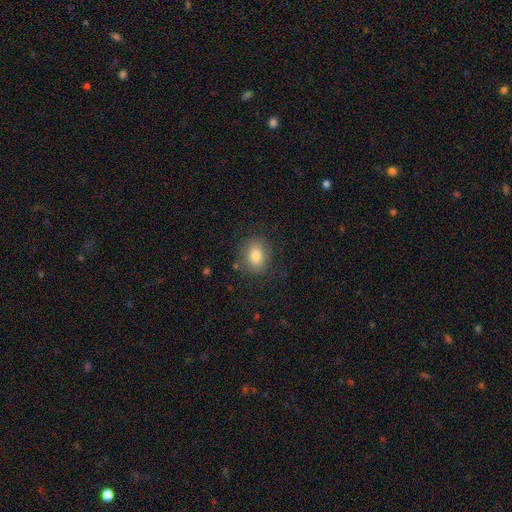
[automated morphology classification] Smooth or featured? Predicted: smooth (p=0.80). How rounded? Predicted: round (p=0.51). Merging? Predicted: none (p=0.81).